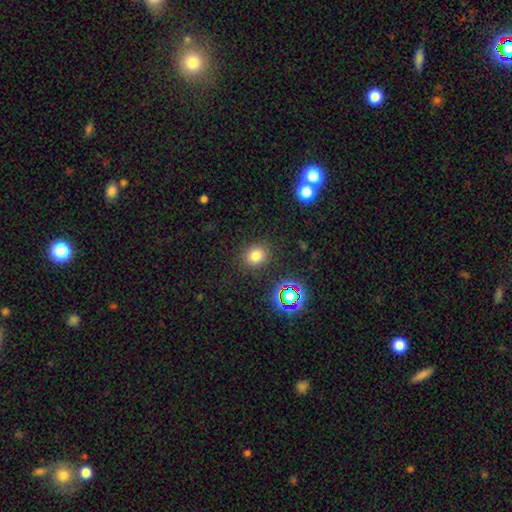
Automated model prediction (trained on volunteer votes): Smooth or featured?
  - smooth: 73% *
  - star or artifact: 19%
  - featured or disk: 8%
How rounded?
  - round: 71% *
  - in between: 28%
  - cigar-shaped: 1%
Merging?
  - none: 86% *
  - minor disturbance: 9%
  - major disturbance: 3%
  - merger: 2%